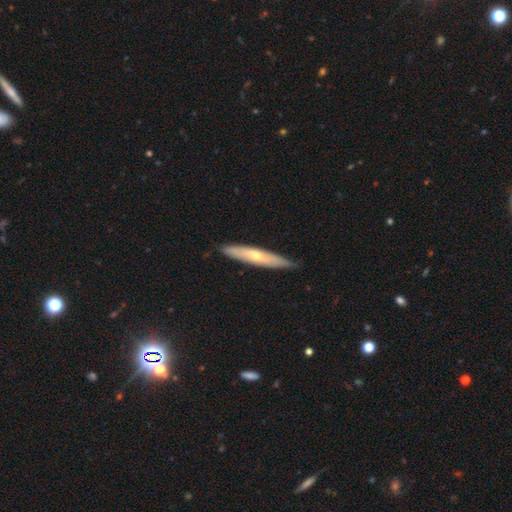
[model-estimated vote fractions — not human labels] This appears to be a featured or disk galaxy (48%). Merging: none (83%).